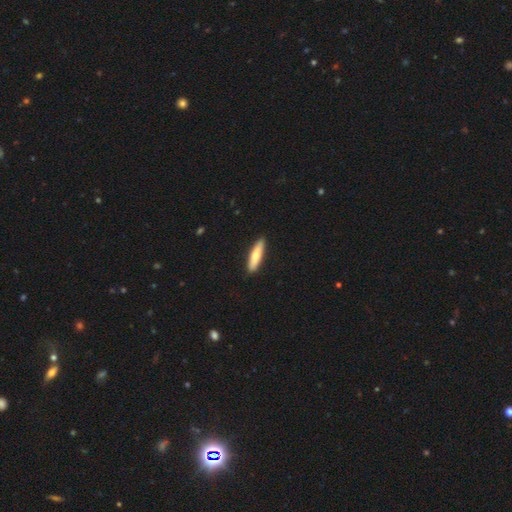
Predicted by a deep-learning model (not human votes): A smooth galaxy with no disk features (69%) that is cigar-shaped (80%).

Vote fractions:
- Smooth or featured? smooth: 69% / featured or disk: 26% / star or artifact: 5%
- How rounded? cigar-shaped: 80% / in between: 19% / round: 1%
- Merging? none: 90% / minor disturbance: 7% / major disturbance: 1% / merger: 1%